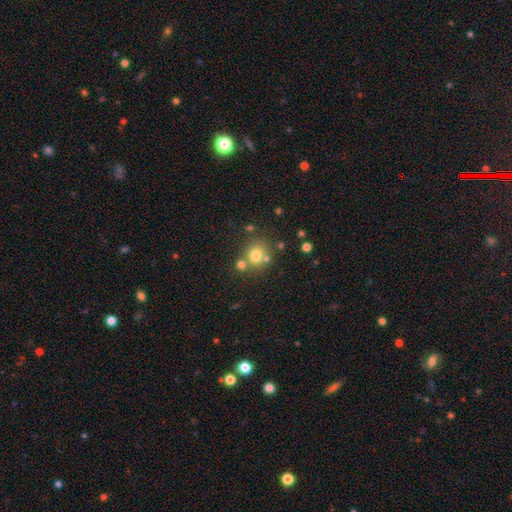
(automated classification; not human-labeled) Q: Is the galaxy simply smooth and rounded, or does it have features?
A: smooth — 73%.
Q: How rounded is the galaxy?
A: round — 79%.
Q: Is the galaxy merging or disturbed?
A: none — 62%.